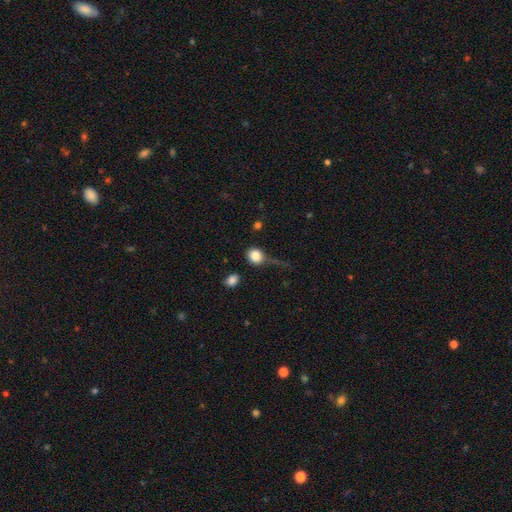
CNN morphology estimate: The model was most divided on "merging": none: 57%, minor disturbance: 22%, major disturbance: 14%, merger: 7%. More confident: smooth or featured — smooth (83%); how rounded — round (80%).